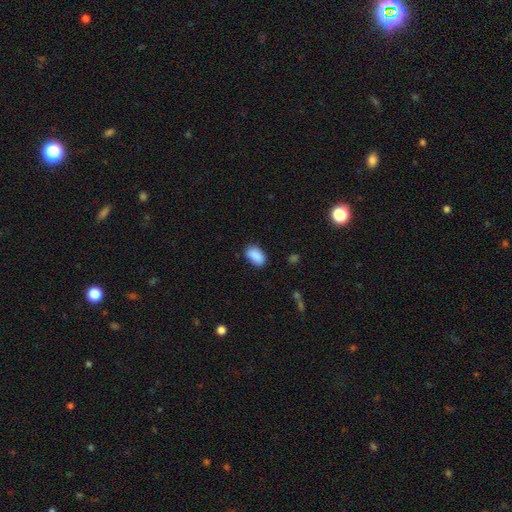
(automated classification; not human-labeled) This appears to be a smooth galaxy with no disk features (89%) that is in between round and cigar-shaped (91%). Merging: none (79%).